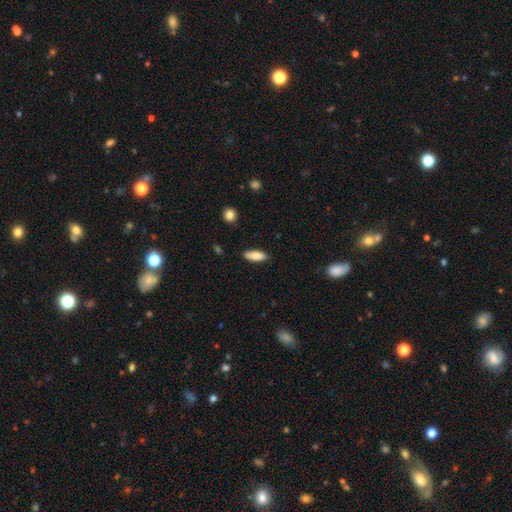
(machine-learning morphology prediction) This is likely a smooth galaxy (79%). How rounded: likely in between (71%). Merging: clearly none (86%).